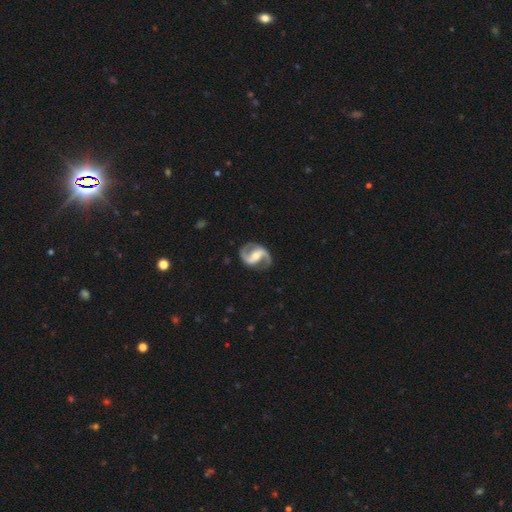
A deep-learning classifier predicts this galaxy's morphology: Overall: featured or disk (92%). Edge-on disk: no (98%). Bar: strong (50%; weak 34%). Spiral arms: yes (98%). Spiral arm count: 2 (94%). Spiral winding: medium (58%; loose 24%). Bulge size: moderate (58%; small 34%). Merging: none (84%).